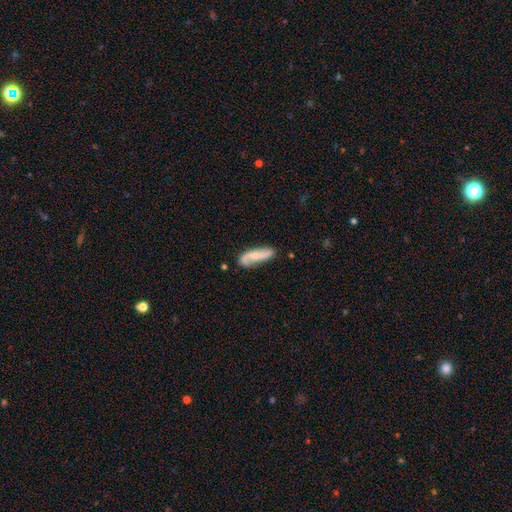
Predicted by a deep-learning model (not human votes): This appears to be a featured or disk galaxy (56%). Merging: none (70%).